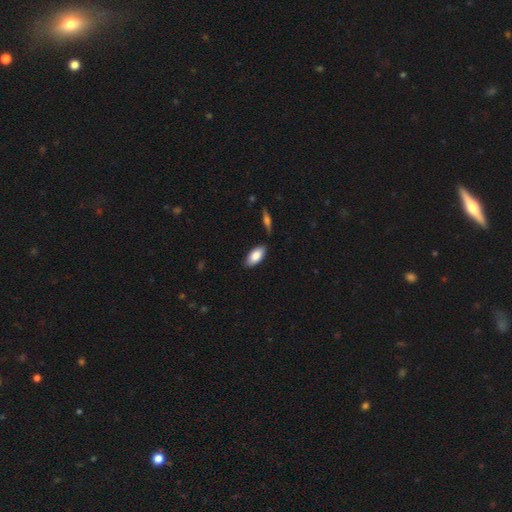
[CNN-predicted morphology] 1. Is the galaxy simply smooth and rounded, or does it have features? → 83% smooth, 11% featured or disk, 6% star or artifact.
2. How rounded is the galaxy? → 90% in between, 8% cigar-shaped, 2% round.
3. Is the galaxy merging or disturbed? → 84% none, 11% minor disturbance, 3% merger, 2% major disturbance.